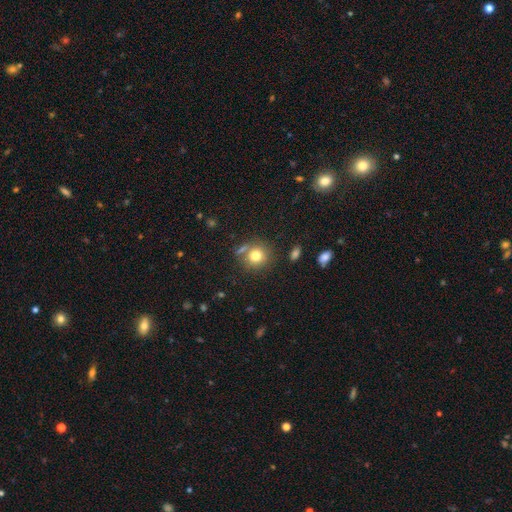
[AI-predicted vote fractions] The model was most divided on "merging": none: 71%, merger: 13%, minor disturbance: 12%, major disturbance: 4%. More confident: how rounded — round (88%); smooth or featured — smooth (78%).